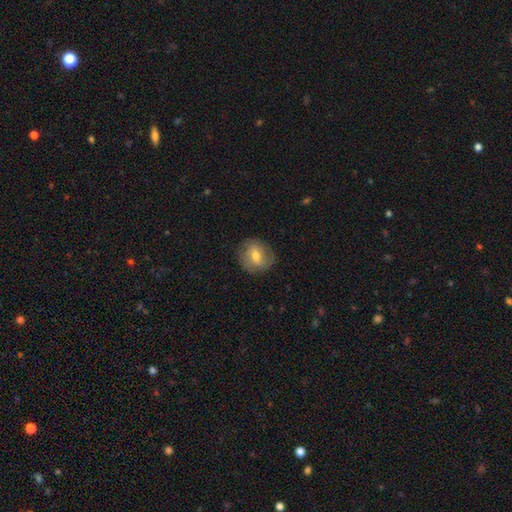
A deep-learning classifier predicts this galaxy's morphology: Overall: featured or disk (47%; smooth 46%). Merging: none (80%).